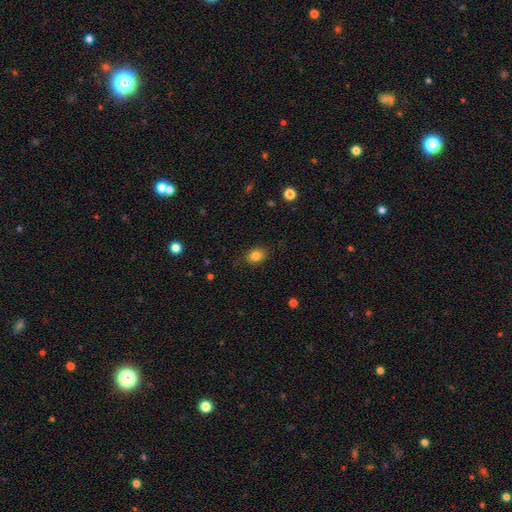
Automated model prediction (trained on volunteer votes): Smooth or featured? Predicted: smooth (p=0.83). How rounded? Predicted: in between (p=0.60). Merging? Predicted: none (p=0.80).